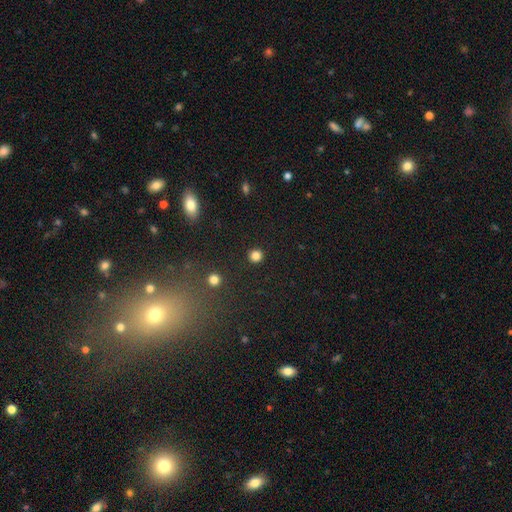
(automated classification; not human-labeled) Morphology: type=smooth (83%); roundness=round (93%); merging=none (92%).